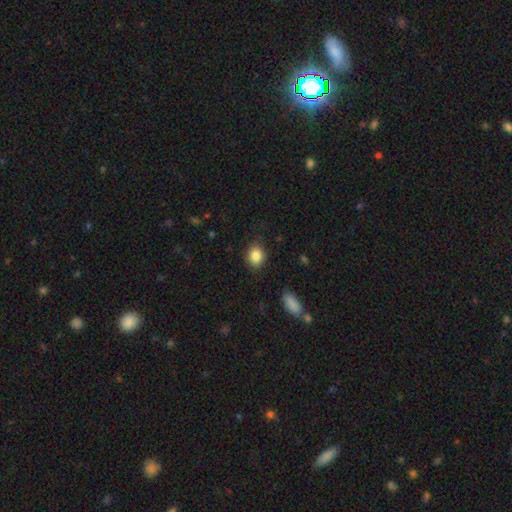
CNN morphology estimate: Smooth or featured: smooth — 86% (star or artifact — 9%)
How rounded: round — 52% (in between — 47%)
Merging: none — 85% (minor disturbance — 11%)